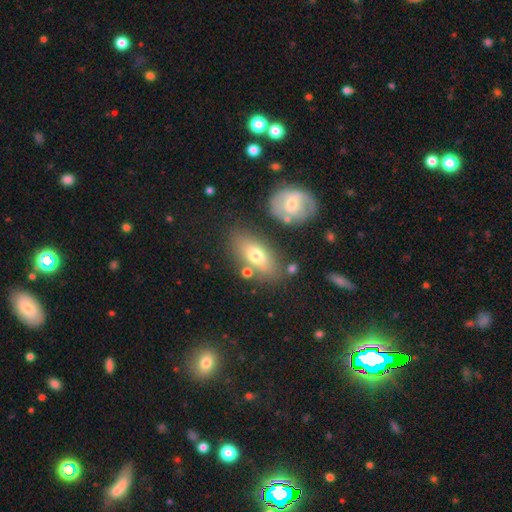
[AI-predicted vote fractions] smooth_or_featured: smooth (p=0.67) [alt: featured or disk p=0.24]
how_rounded: in between (p=0.83) [alt: cigar-shaped p=0.10]
merging: none (p=0.71) [alt: minor disturbance p=0.14]